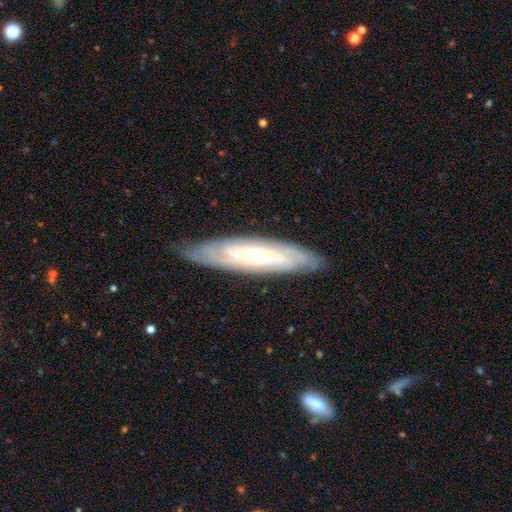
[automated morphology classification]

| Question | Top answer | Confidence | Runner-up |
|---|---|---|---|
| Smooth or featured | featured or disk | 71% | smooth (23%) |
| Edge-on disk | no | 63% | yes (37%) |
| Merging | none | 81% | minor disturbance (15%) |